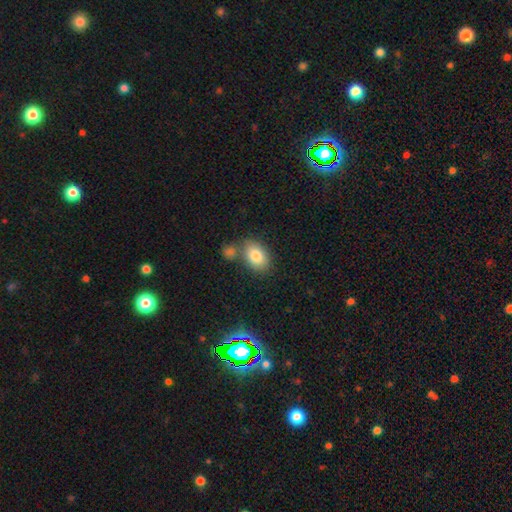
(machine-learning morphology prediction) Smooth or featured? Predicted: smooth (p=0.82). How rounded? Predicted: in between (p=0.84). Merging? Predicted: none (p=0.61).